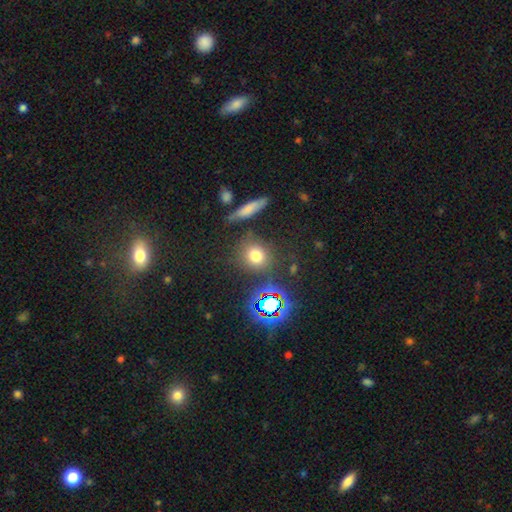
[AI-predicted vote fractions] smooth-or-featured: smooth: 69% | star or artifact: 22% | featured or disk: 9%
  how-rounded: round: 80% | in between: 17% | cigar-shaped: 3%
  merging: none: 80% | minor disturbance: 10% | merger: 5% | major disturbance: 4%